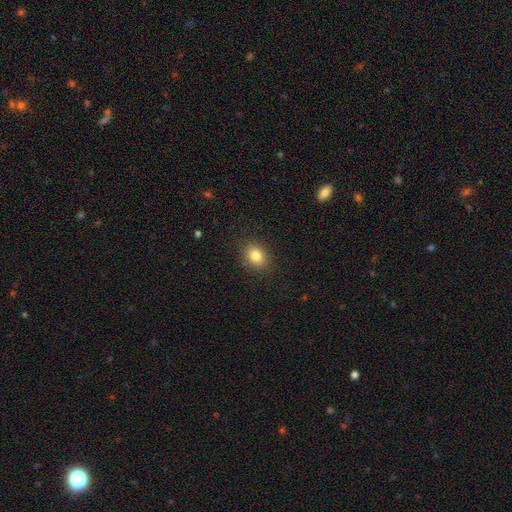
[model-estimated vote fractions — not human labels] This is clearly a smooth galaxy (82%). How rounded: possibly in between (53%). Merging: clearly none (87%).